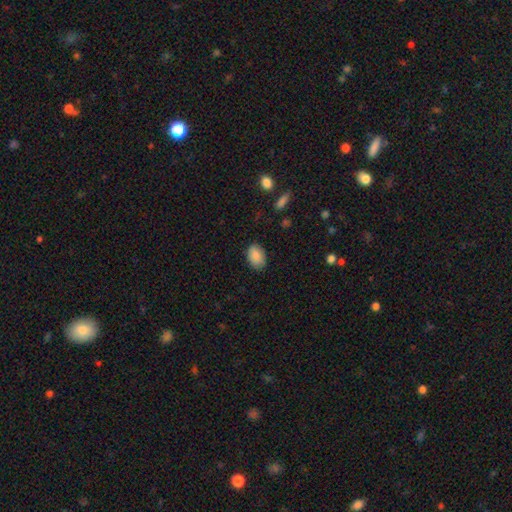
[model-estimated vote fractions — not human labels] This is clearly a smooth galaxy (88%). How rounded: clearly in between (85%). Merging: clearly none (83%).